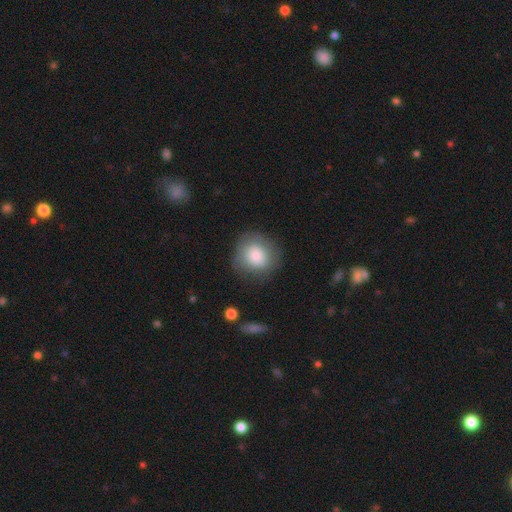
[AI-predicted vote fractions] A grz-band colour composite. It shows a smooth galaxy with no disk features (81%) that is round (86%). Merging: none (75%).